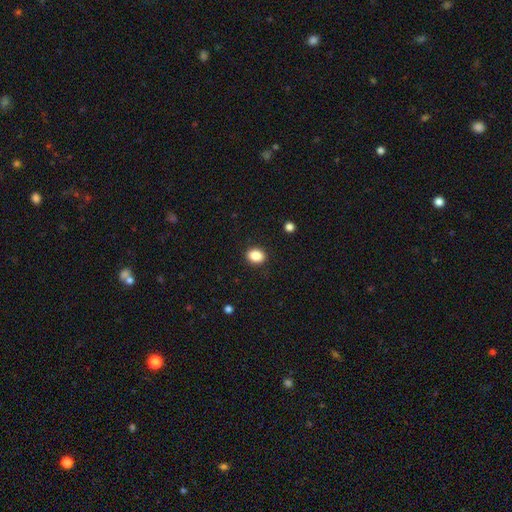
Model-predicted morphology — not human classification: smooth-or-featured: smooth: 87% | star or artifact: 9% | featured or disk: 4%
  how-rounded: in between: 56% | round: 43% | cigar-shaped: 1%
  merging: none: 90% | minor disturbance: 7% | major disturbance: 2% | merger: 1%